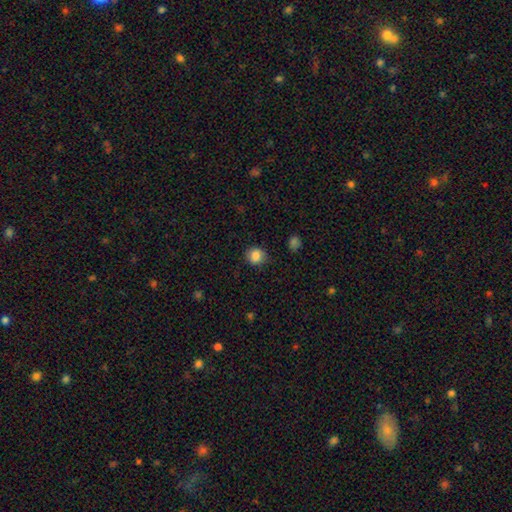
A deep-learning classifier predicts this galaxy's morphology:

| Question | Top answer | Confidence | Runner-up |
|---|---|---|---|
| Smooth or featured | smooth | 86% | star or artifact (10%) |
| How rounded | round | 84% | in between (15%) |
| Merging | none | 84% | minor disturbance (11%) |